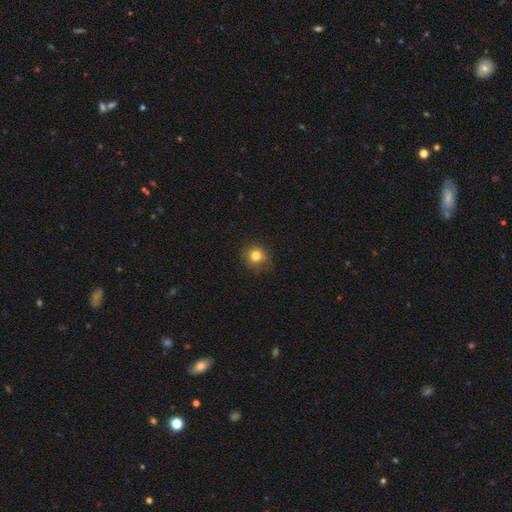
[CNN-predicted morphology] type=smooth (81%); roundness=round (86%); merging=none (75%).